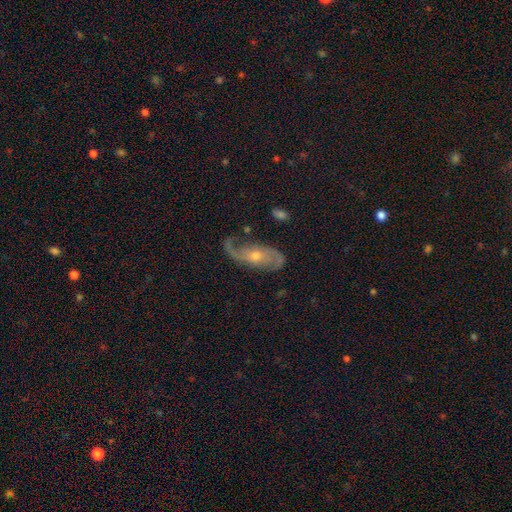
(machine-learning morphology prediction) A featured or disk galaxy (85%) with no bar (67%), 2 (87%) loose (43%) spiral arms (96%) and a moderate central bulge (48%).

Vote fractions:
- Smooth or featured? featured or disk: 85% / smooth: 8% / star or artifact: 7%
- Edge-on disk? no: 94% / yes: 6%
- Bar? no: 67% / weak: 25% / strong: 8%
- Spiral arms? yes: 96% / no: 4%
- Spiral winding? loose: 43% / medium: 41% / tight: 17%
- Spiral arm count? 2: 87% / 1: 5% / can't tell: 4% / 3: 2% / 4: 1% / more than 4: 1%
- Bulge size? moderate: 48% / small: 47% / large: 2% / none: 1% / dominant: 1%
- Merging? none: 69% / minor disturbance: 18% / major disturbance: 10% / merger: 2%